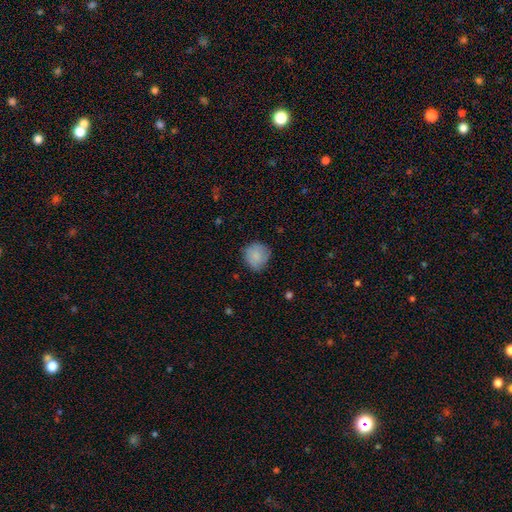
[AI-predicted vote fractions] smooth 85%, star or artifact 8%, featured or disk 7%. Down the decision tree: how rounded — round (86%); merging — none (77%).